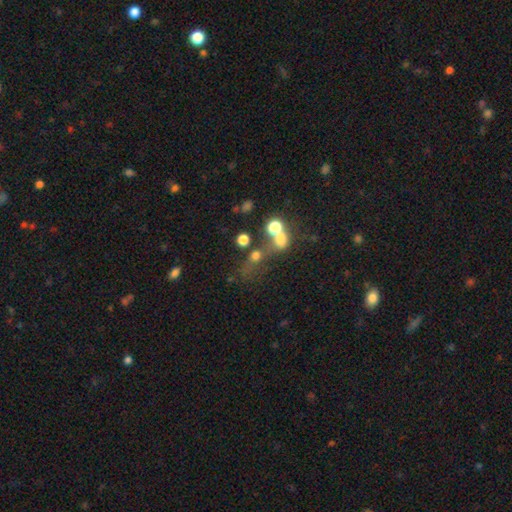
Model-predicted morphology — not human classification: smooth-or-featured: smooth: 62% | star or artifact: 22% | featured or disk: 15%
  how-rounded: round: 73% | in between: 24% | cigar-shaped: 3%
  merging: none: 40% | merger: 37% | major disturbance: 13% | minor disturbance: 11%